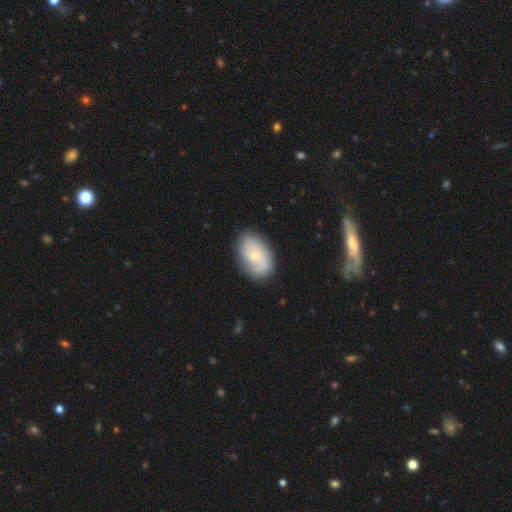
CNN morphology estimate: Overall: smooth (48%; featured or disk 45%). Merging: none (77%).